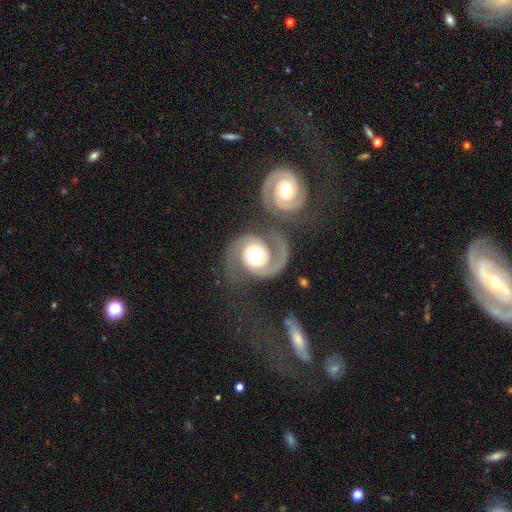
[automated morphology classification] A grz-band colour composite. It shows a featured or disk galaxy (90%) with no bar (70%), 2 (87%) tight (46%) spiral arms (97%) and a moderate central bulge (58%). Merging: none (47%).